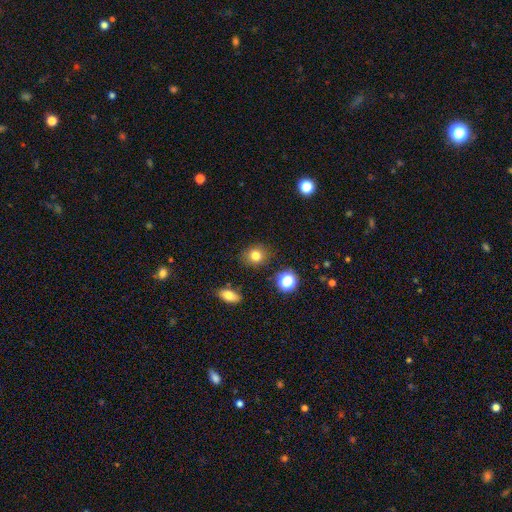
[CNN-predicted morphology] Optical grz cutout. It shows a smooth galaxy with no disk features (80%) that is round (68%). Merging: none (86%).